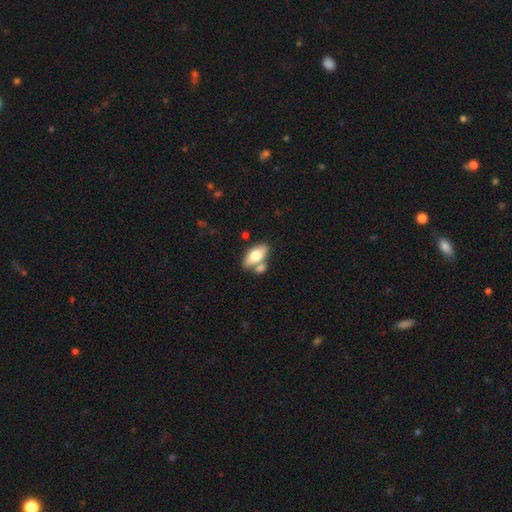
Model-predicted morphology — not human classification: This is likely a smooth galaxy (71%). How rounded: clearly in between (89%). Merging: possibly none (55%).